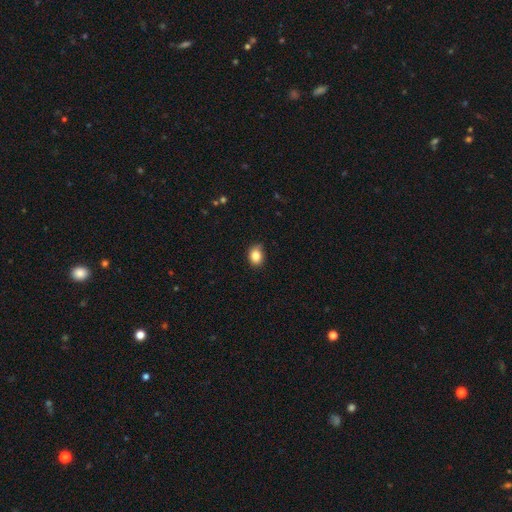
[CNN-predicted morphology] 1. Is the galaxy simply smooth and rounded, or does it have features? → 85% smooth, 9% star or artifact, 6% featured or disk.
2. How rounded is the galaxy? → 52% in between, 47% round, 1% cigar-shaped.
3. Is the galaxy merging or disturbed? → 73% none, 22% minor disturbance, 3% major disturbance, 1% merger.